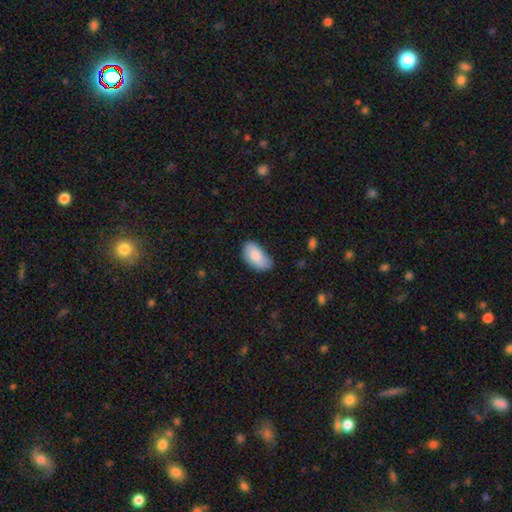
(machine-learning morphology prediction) The model was most divided on "merging": none: 60%, minor disturbance: 32%, major disturbance: 6%, merger: 2%. More confident: how rounded — in between (95%); smooth or featured — smooth (84%).